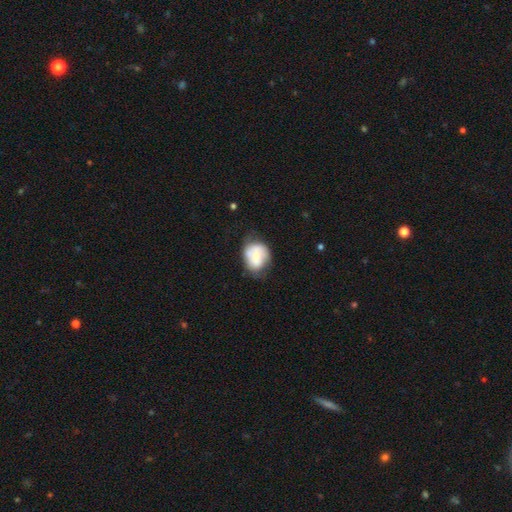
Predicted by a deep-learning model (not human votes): Q: Smooth or featured?
A: smooth (56%); runner-up: featured or disk (36%)
Q: How rounded?
A: round (53%); runner-up: in between (46%)
Q: Merging?
A: none (50%); runner-up: minor disturbance (32%)